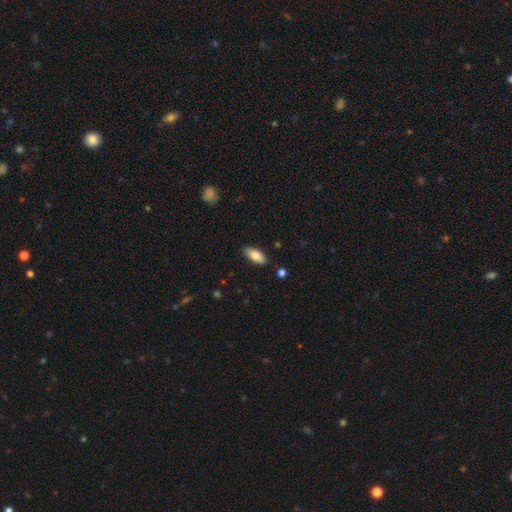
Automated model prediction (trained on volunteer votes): Smooth or featured? smooth (84%)
How rounded? in between (83%)
Merging? none (86%)